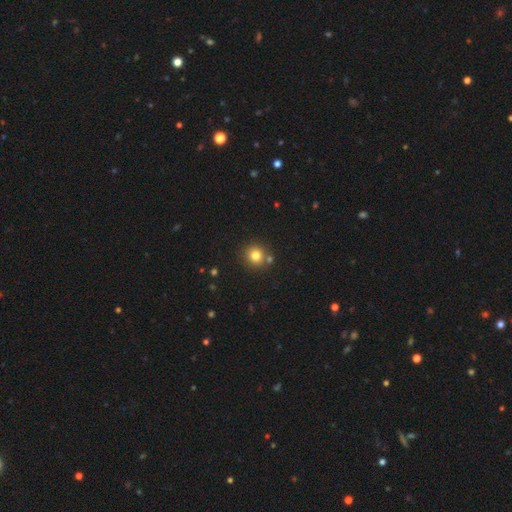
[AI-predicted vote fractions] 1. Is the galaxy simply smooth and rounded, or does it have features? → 79% smooth, 13% star or artifact, 8% featured or disk.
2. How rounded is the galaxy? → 92% round, 7% in between, 1% cigar-shaped.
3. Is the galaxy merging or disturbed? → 80% none, 10% merger, 8% minor disturbance, 2% major disturbance.